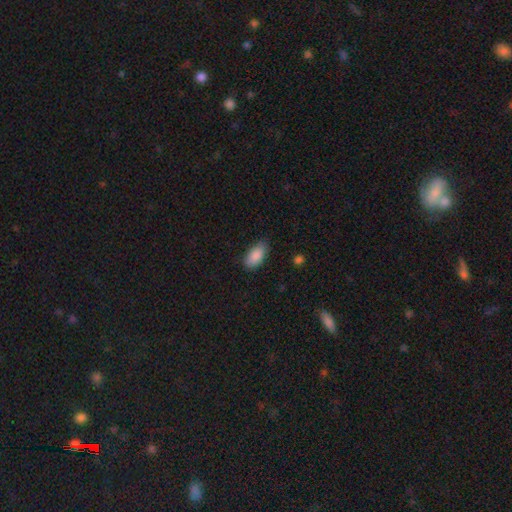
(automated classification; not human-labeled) Smooth or featured?
  - smooth: 89% *
  - star or artifact: 6%
  - featured or disk: 5%
How rounded?
  - in between: 93% *
  - cigar-shaped: 5%
  - round: 3%
Merging?
  - none: 81% *
  - minor disturbance: 15%
  - major disturbance: 3%
  - merger: 1%